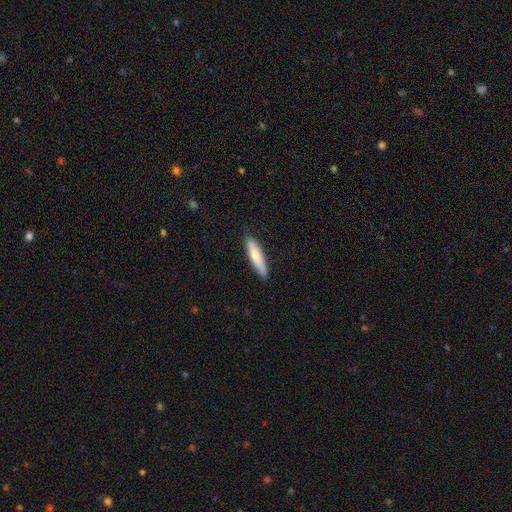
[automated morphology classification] Smooth or featured? smooth (73%)
How rounded? cigar-shaped (80%)
Merging? none (88%)